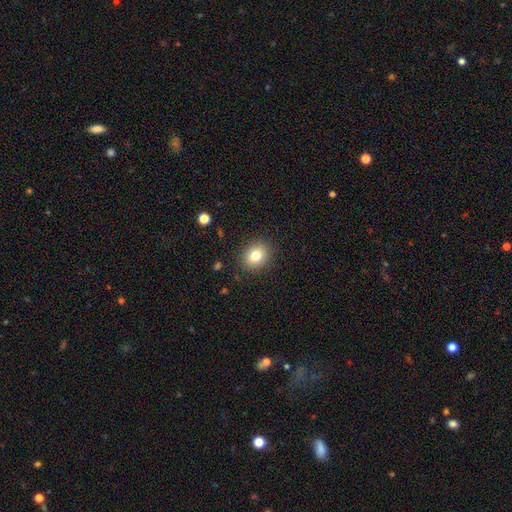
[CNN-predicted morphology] This is likely a smooth galaxy (80%). How rounded: likely round (64%). Merging: clearly none (89%).